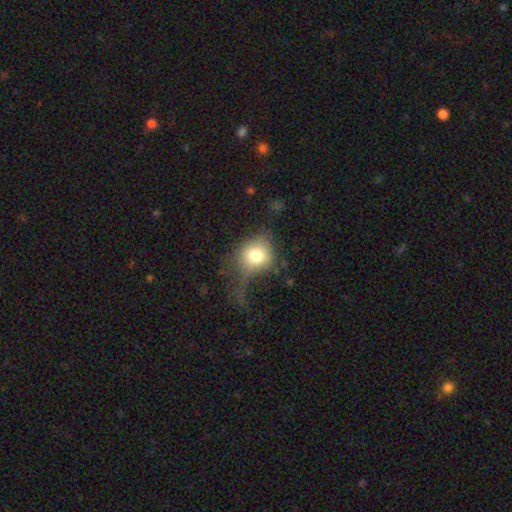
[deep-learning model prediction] The model was most divided on "merging": none: 40%, major disturbance: 31%, minor disturbance: 25%, merger: 3%. More confident: smooth or featured — smooth (75%); how rounded — round (73%).